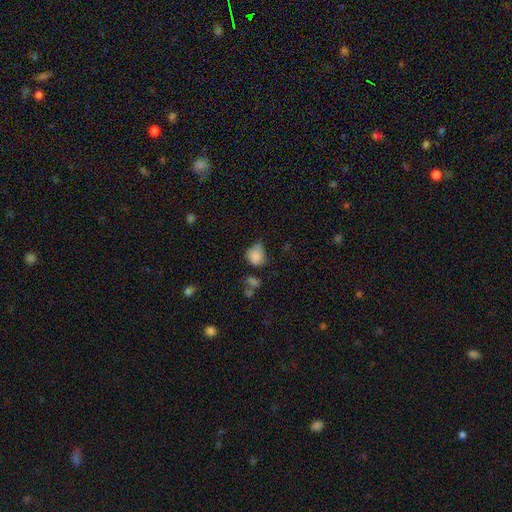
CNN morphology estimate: This appears to be a smooth galaxy with no disk features (80%) that is round (57%). Merging: none (42%).